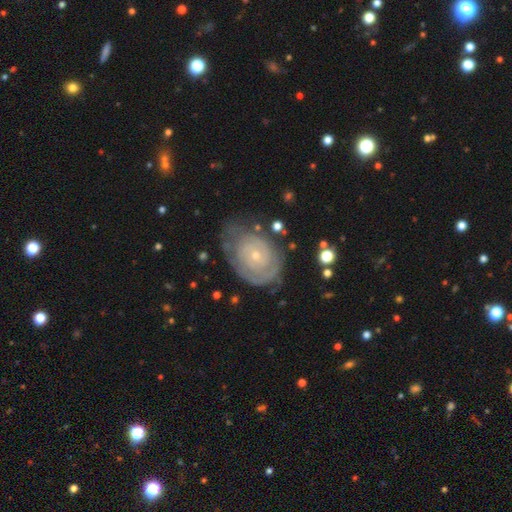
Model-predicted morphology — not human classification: This is likely a featured or disk galaxy (77%). It is clearly not viewed edge-on (97%). Bar: clearly no (84%). Spiral arm pattern: clearly yes (81%). Spiral arm count: possibly can't tell (51%). Spiral winding: likely tight (79%). Central bulge: likely small (77%). Merging: likely none (62%).